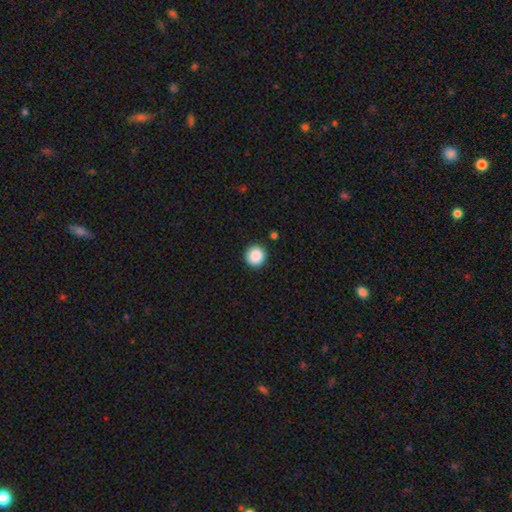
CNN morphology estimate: This is clearly a smooth galaxy (88%). How rounded: clearly round (95%). Merging: clearly none (92%).